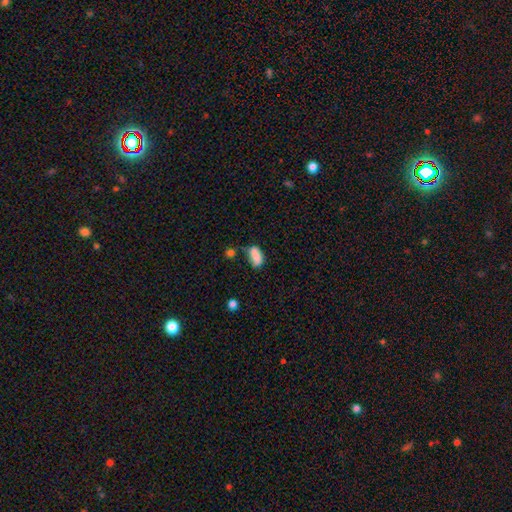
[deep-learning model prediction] smooth_or_featured: smooth (p=0.83) [alt: featured or disk p=0.09]
how_rounded: in between (p=0.85) [alt: cigar-shaped p=0.11]
merging: none (p=0.50) [alt: minor disturbance p=0.30]